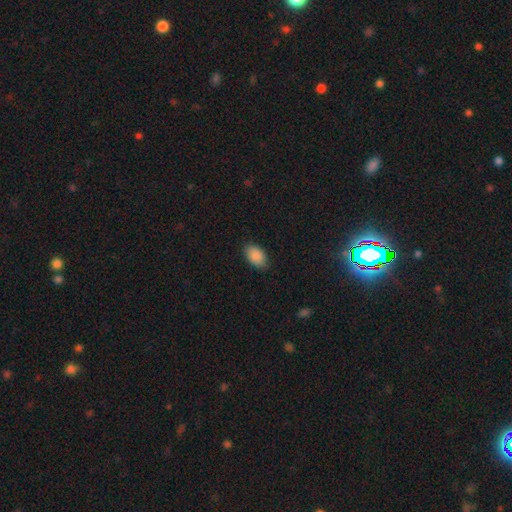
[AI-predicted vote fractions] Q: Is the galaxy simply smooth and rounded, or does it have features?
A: smooth — 89%.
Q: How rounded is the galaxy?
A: in between — 92%.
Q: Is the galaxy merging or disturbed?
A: none — 84%.